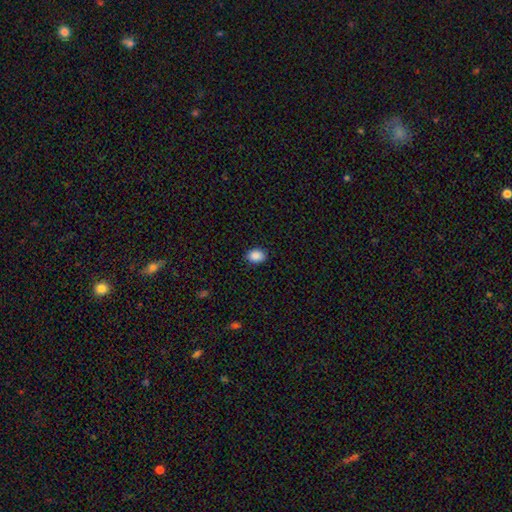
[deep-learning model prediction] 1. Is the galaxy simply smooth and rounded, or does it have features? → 89% smooth, 8% star or artifact, 3% featured or disk.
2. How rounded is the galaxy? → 70% in between, 29% round, 1% cigar-shaped.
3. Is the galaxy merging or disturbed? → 87% none, 10% minor disturbance, 2% major disturbance, 1% merger.